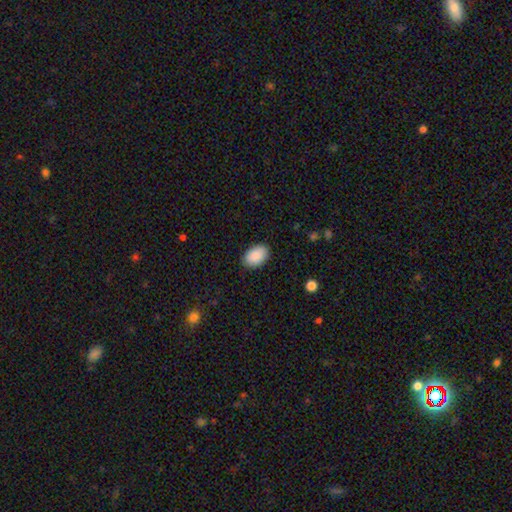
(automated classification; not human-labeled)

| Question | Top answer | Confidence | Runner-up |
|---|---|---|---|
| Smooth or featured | smooth | 90% | star or artifact (6%) |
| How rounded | in between | 92% | round (7%) |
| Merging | none | 88% | minor disturbance (9%) |